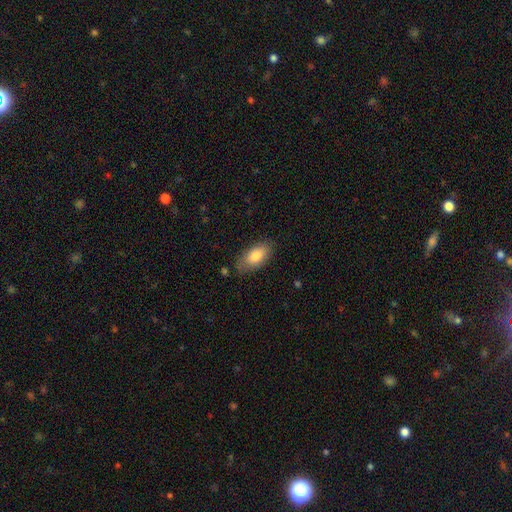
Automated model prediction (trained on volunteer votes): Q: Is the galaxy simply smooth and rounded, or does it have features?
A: smooth — 82%.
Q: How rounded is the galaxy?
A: in between — 91%.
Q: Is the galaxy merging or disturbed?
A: none — 78%.